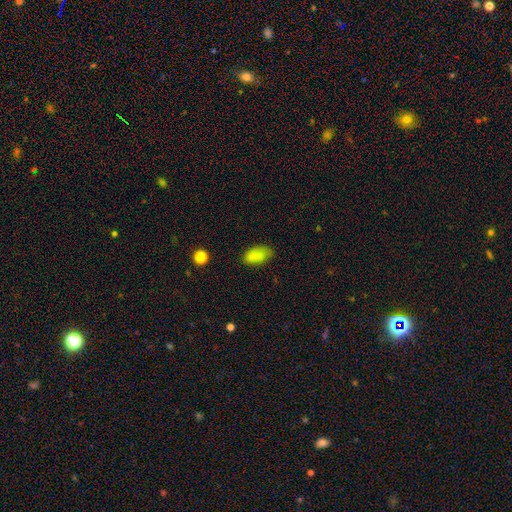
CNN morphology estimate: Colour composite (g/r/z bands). It shows a smooth galaxy with no disk features (85%) that is in between round and cigar-shaped (92%). Merging: none (72%).